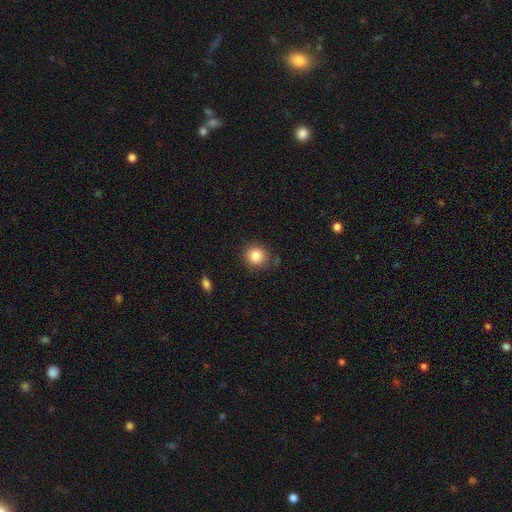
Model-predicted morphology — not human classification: This appears to be a smooth galaxy with no disk features (83%) that is round (87%). Merging: none (84%).